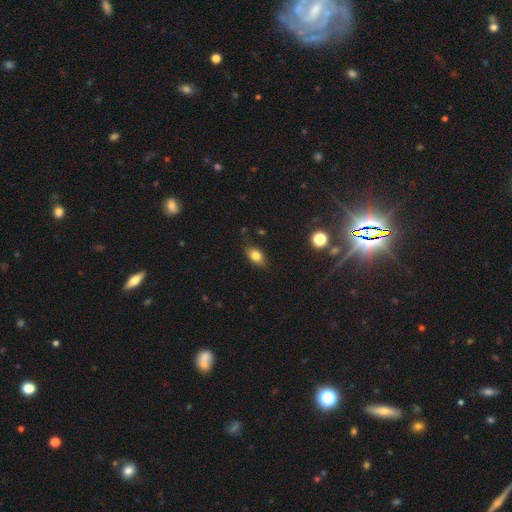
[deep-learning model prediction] This is likely a smooth galaxy (79%). How rounded: clearly in between (84%). Merging: clearly none (80%).